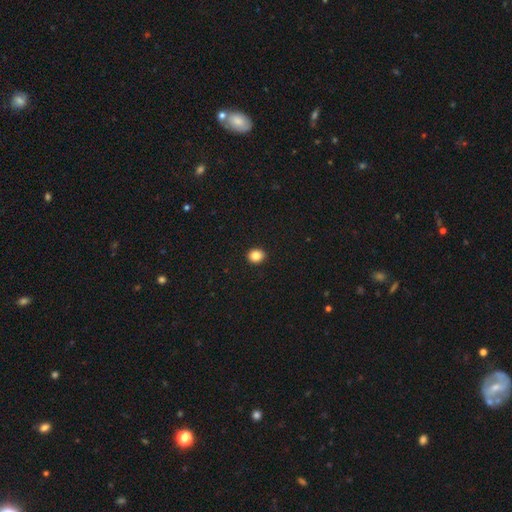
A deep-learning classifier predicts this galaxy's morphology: A smooth galaxy with no disk features (86%) that is round (74%). Merging: none (93%).